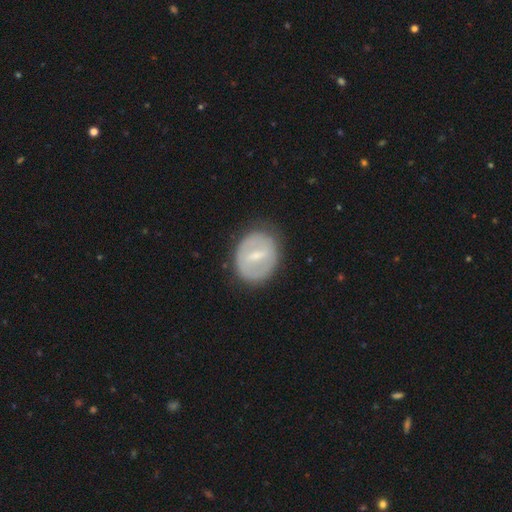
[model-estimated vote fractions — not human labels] A featured or disk galaxy (55%) with a strong bar (48%), no spiral arms (73%) and a small central bulge (48%).

Vote fractions:
- Smooth or featured? featured or disk: 55% / smooth: 38% / star or artifact: 6%
- Edge-on disk? no: 94% / yes: 6%
- Bar? strong: 48% / weak: 40% / no: 12%
- Spiral arms? no: 73% / yes: 27%
- Bulge size? small: 48% / moderate: 38% / none: 9% / large: 3% / dominant: 1%
- Merging? none: 77% / minor disturbance: 16% / major disturbance: 6% / merger: 1%